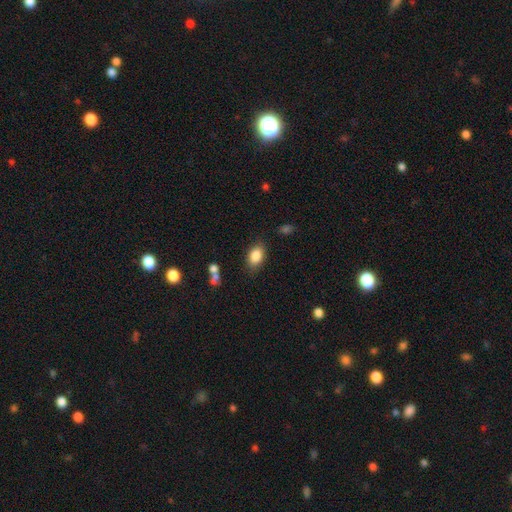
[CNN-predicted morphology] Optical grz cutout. It shows a smooth galaxy with no disk features (85%) that is in between round and cigar-shaped (86%). Merging: none (80%).